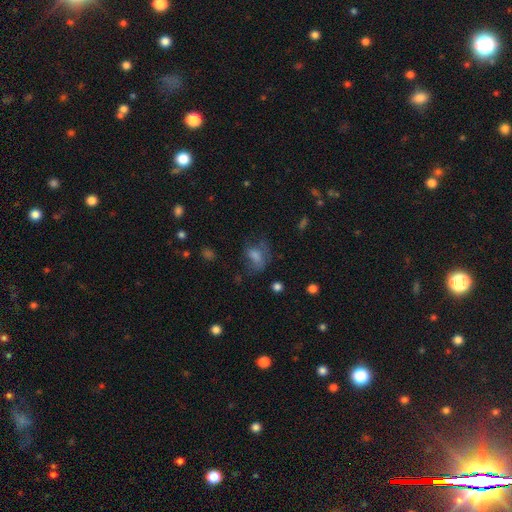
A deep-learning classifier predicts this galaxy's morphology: type=smooth (66%); roundness=in between (75%); merging=none (36%).